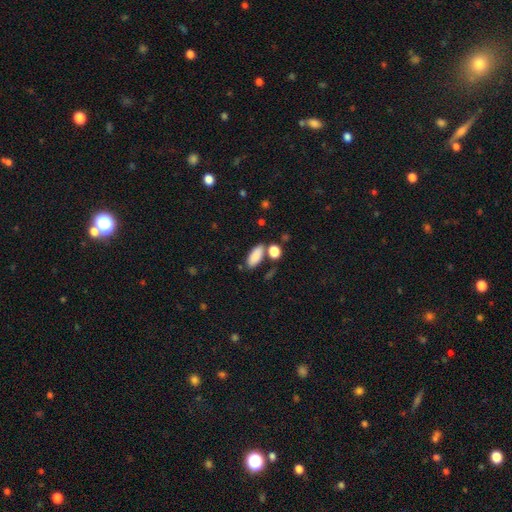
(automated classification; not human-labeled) Smooth or featured: smooth — 86% (star or artifact — 7%)
How rounded: in between — 84% (cigar-shaped — 12%)
Merging: none — 68% (merger — 15%)